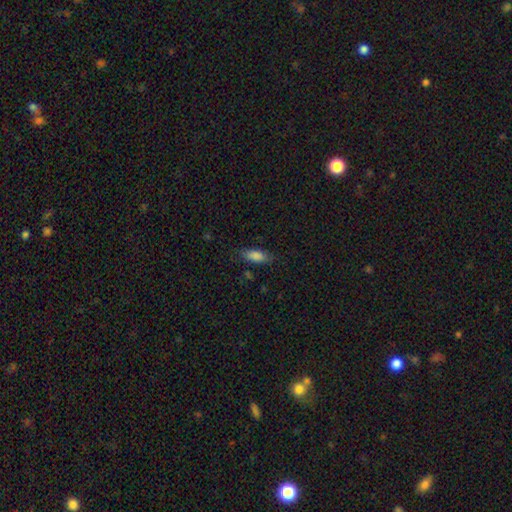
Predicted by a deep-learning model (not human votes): This appears to be a smooth galaxy with no disk features (84%) that is in between round and cigar-shaped (77%). Merging: none (78%).